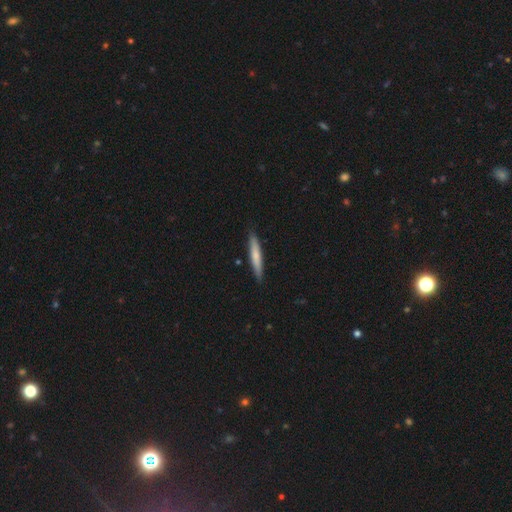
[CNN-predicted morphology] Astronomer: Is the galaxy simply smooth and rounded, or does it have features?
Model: smooth — 67%.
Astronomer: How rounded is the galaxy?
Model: cigar-shaped — 94%.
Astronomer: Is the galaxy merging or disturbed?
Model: none — 89%.